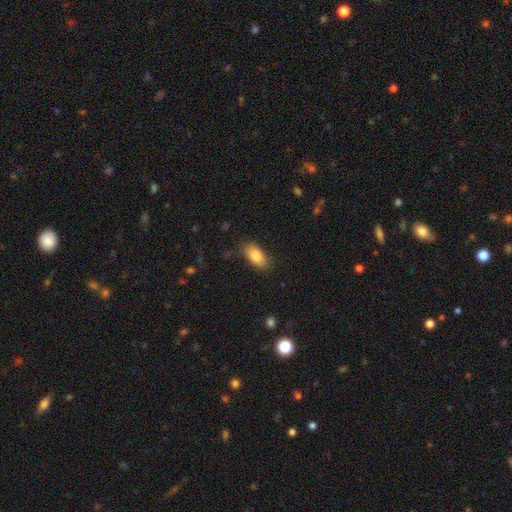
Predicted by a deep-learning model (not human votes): This appears to be a smooth galaxy with no disk features (86%) that is in between round and cigar-shaped (91%). Merging: none (82%).